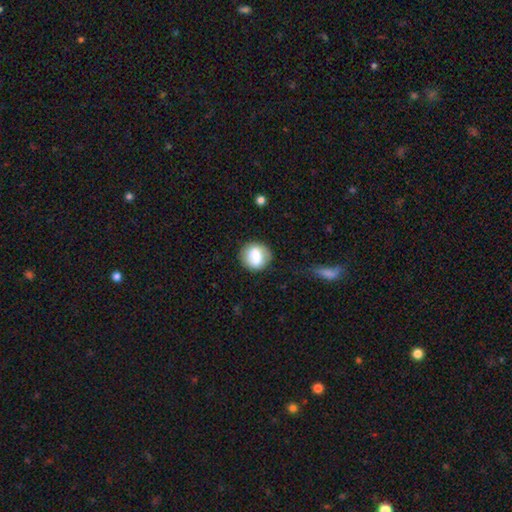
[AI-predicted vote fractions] Q: Smooth or featured?
A: smooth (75%); runner-up: featured or disk (17%)
Q: How rounded?
A: round (86%); runner-up: in between (13%)
Q: Merging?
A: none (79%); runner-up: minor disturbance (14%)